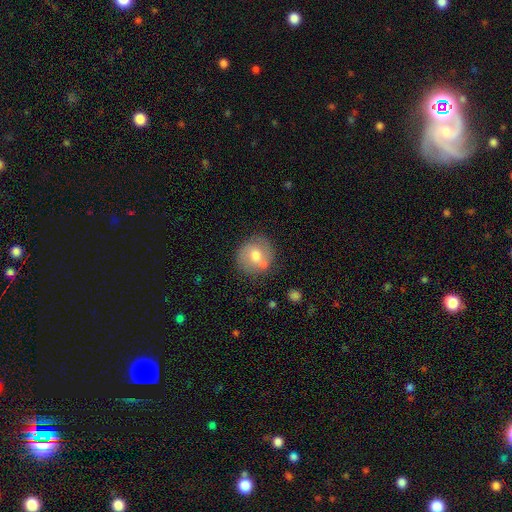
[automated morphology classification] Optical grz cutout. It shows a smooth galaxy with no disk features (61%) that is round (87%). Merging: none (68%).